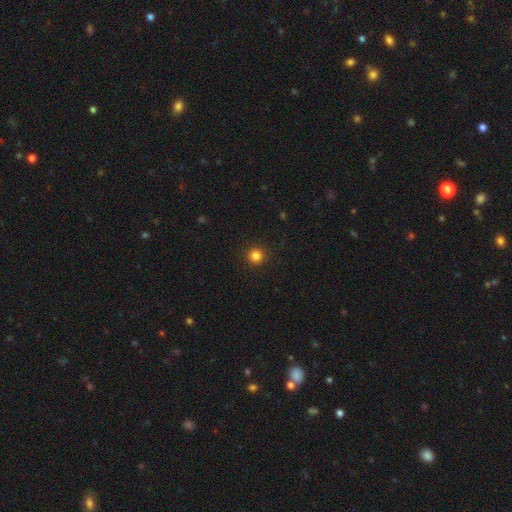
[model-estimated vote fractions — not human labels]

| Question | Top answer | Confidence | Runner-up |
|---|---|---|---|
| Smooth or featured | smooth | 83% | star or artifact (13%) |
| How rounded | round | 95% | in between (4%) |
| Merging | none | 92% | minor disturbance (5%) |